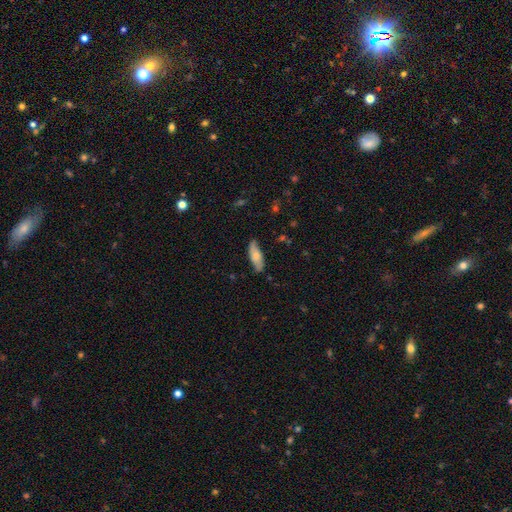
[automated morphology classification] Smooth or featured?
  - smooth: 64% *
  - featured or disk: 30%
  - star or artifact: 6%
How rounded?
  - in between: 61% *
  - cigar-shaped: 37%
  - round: 2%
Merging?
  - none: 78% *
  - minor disturbance: 17%
  - major disturbance: 3%
  - merger: 1%